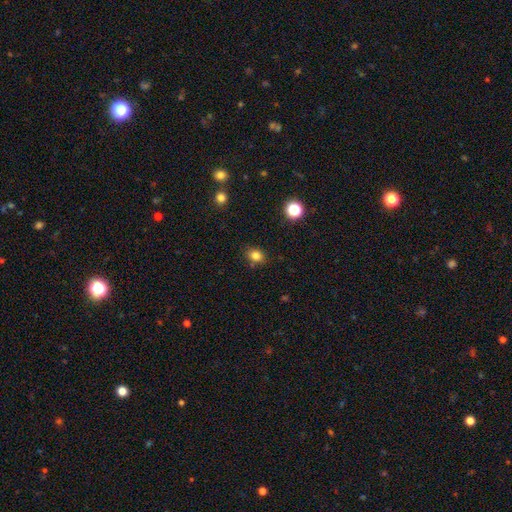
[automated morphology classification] Smooth or featured? smooth (82%)
How rounded? in between (58%)
Merging? none (82%)